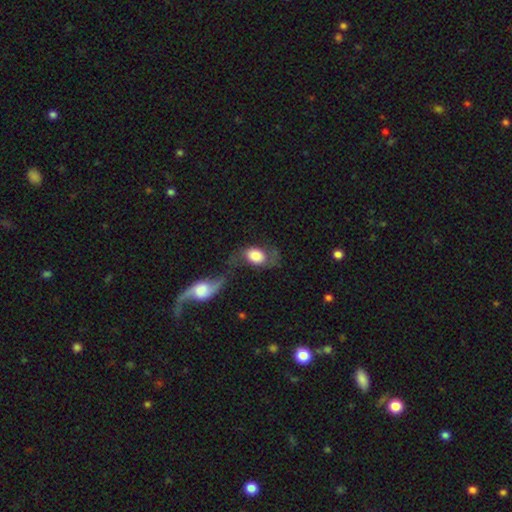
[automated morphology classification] Overall: smooth (67%). How rounded: in between (78%). Merging: merger (37%; major disturbance 25%).